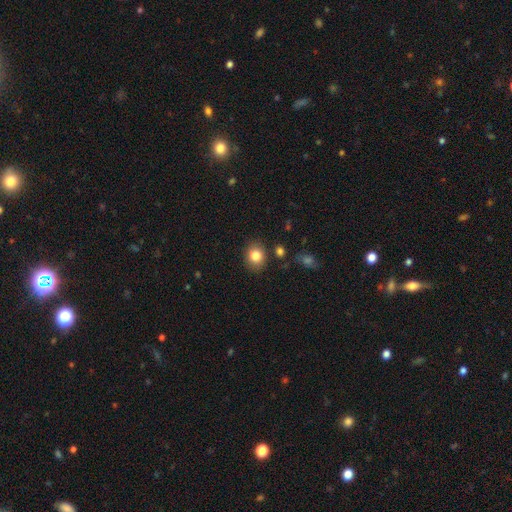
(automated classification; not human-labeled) smooth_or_featured: smooth (p=0.82) [alt: star or artifact p=0.10]
how_rounded: round (p=0.64) [alt: in between p=0.36]
merging: none (p=0.85) [alt: minor disturbance p=0.10]